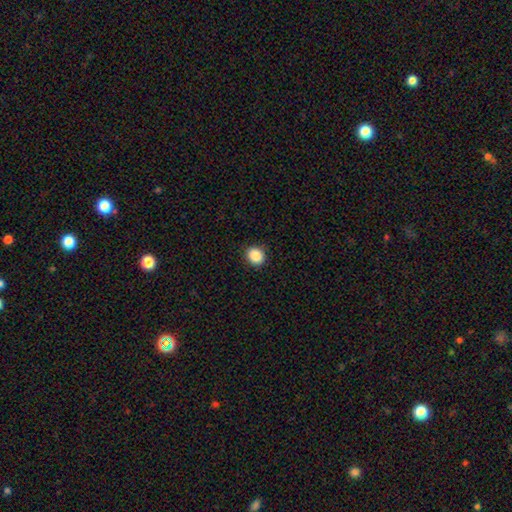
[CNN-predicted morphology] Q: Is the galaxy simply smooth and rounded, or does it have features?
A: smooth — 88%.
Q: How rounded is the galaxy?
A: round — 75%.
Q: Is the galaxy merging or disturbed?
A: none — 89%.